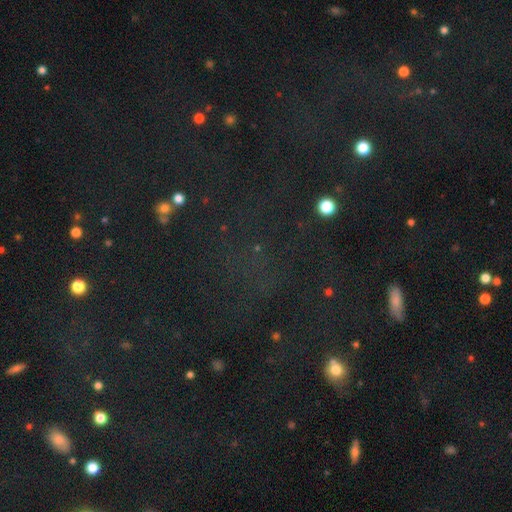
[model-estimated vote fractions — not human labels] The model was most divided on "smooth or featured": star or artifact: 72%, smooth: 19%, featured or disk: 8%.